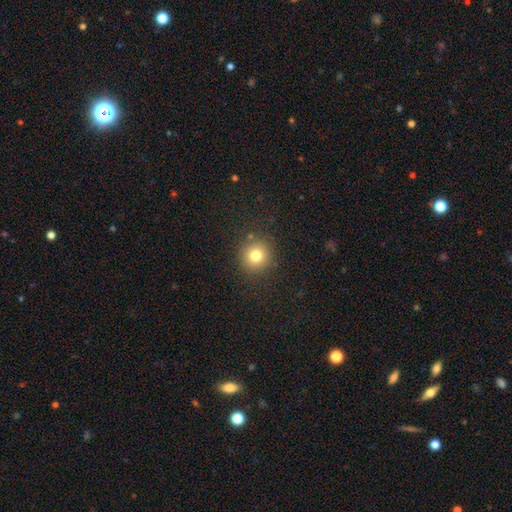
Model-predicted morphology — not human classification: A smooth galaxy with no disk features (77%) that is round (92%). Merging: none (88%).